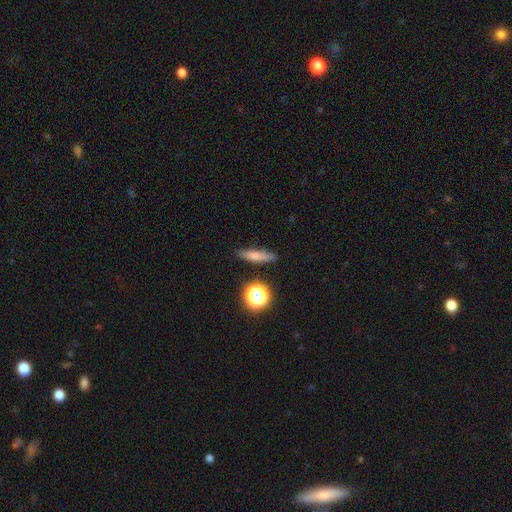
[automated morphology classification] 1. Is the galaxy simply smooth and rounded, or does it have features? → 70% smooth, 18% featured or disk, 11% star or artifact.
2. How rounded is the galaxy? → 73% cigar-shaped, 18% in between, 8% round.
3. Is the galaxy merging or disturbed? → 84% none, 11% minor disturbance, 3% major disturbance, 2% merger.